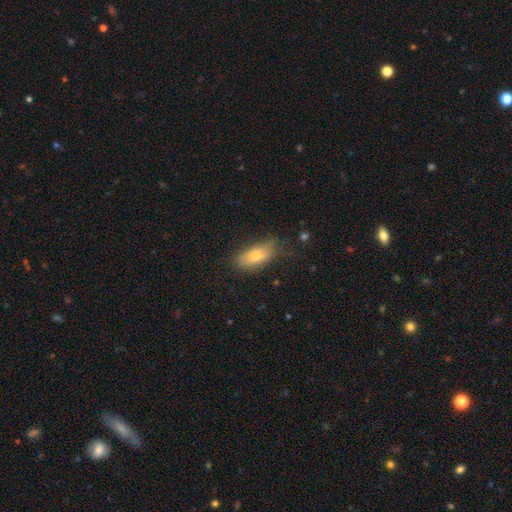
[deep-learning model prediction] Smooth or featured? smooth (72%)
How rounded? in between (79%)
Merging? none (58%)